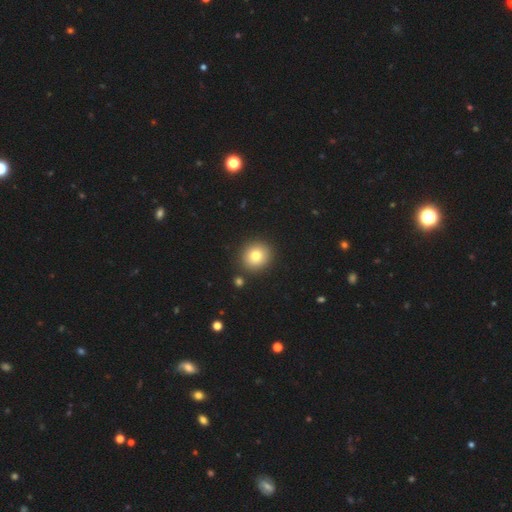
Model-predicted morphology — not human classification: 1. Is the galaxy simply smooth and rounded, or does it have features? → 79% smooth, 11% star or artifact, 10% featured or disk.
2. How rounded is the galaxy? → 88% round, 11% in between, 1% cigar-shaped.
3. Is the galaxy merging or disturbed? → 89% none, 6% minor disturbance, 3% merger, 2% major disturbance.